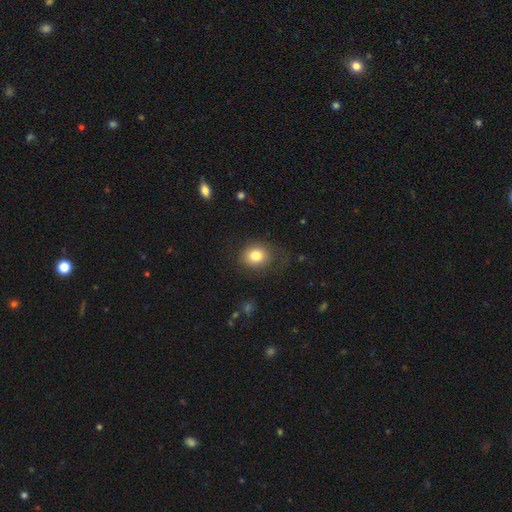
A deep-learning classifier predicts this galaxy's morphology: This appears to be a smooth galaxy with no disk features (80%) that is round (60%). Merging: none (73%).